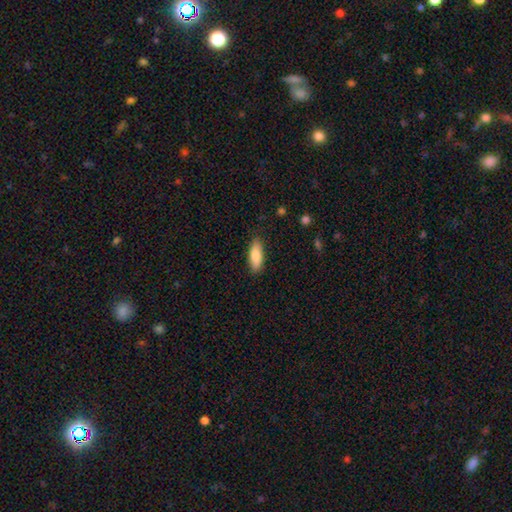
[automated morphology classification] Overall: smooth (85%). How rounded: in between (67%; cigar-shaped 31%). Merging: none (87%).